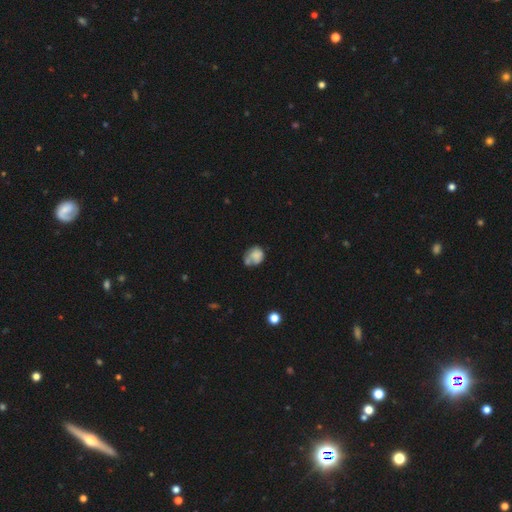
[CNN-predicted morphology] A smooth galaxy with no disk features (66%) that is round (56%).

Vote fractions:
- Smooth or featured? smooth: 66% / featured or disk: 24% / star or artifact: 10%
- How rounded? round: 56% / in between: 43% / cigar-shaped: 1%
- Merging? none: 35% / minor disturbance: 28% / merger: 18% / major disturbance: 18%